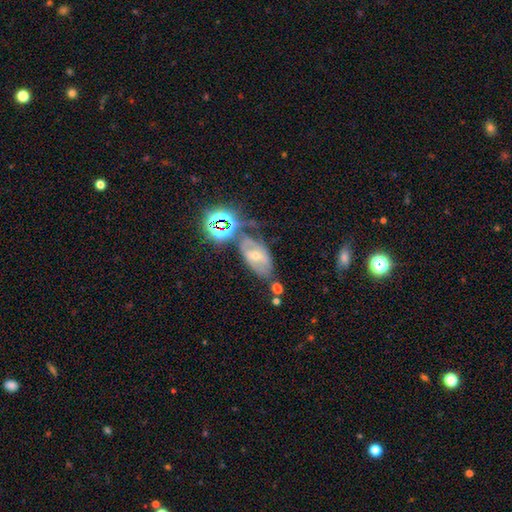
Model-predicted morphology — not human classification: Smooth or featured? featured or disk (58%)
Edge-on disk? no (91%)
Bar? weak (40%)
Spiral arms? yes (62%)
Bulge size? small (51%)
Merging? none (51%)